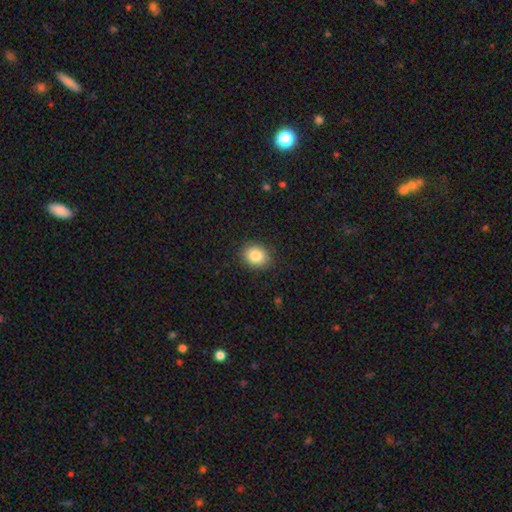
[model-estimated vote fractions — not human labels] Morphology: type=smooth (86%); roundness=round (56%); merging=none (89%).